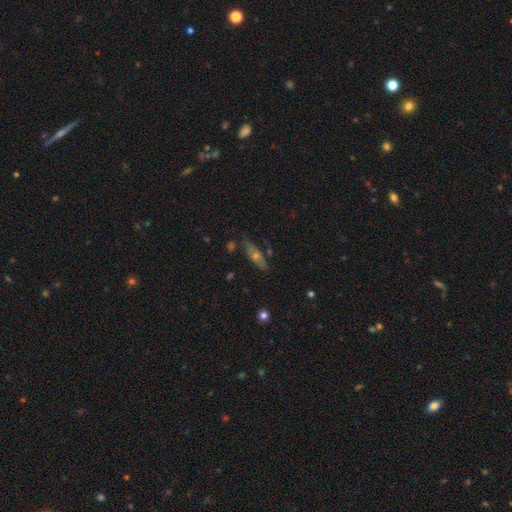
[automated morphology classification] This appears to be a featured or disk galaxy (56%) viewed edge-on (58%). Merging: none (75%).